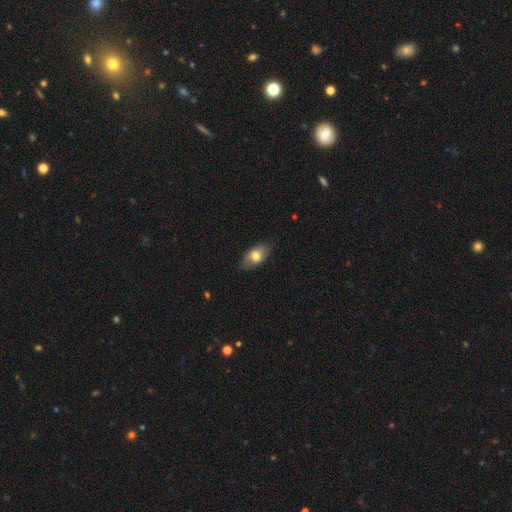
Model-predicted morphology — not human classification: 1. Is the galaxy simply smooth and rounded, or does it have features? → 74% smooth, 19% featured or disk, 7% star or artifact.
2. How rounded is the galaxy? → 90% in between, 6% round, 3% cigar-shaped.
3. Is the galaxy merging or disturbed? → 83% none, 14% minor disturbance, 2% major disturbance, 1% merger.